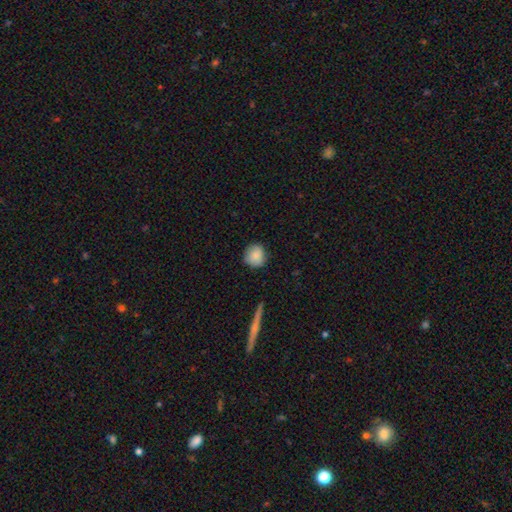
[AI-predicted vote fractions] smooth-or-featured: smooth: 84% | featured or disk: 8% | star or artifact: 7%
  how-rounded: round: 86% | in between: 13% | cigar-shaped: 1%
  merging: none: 82% | minor disturbance: 14% | major disturbance: 3% | merger: 1%